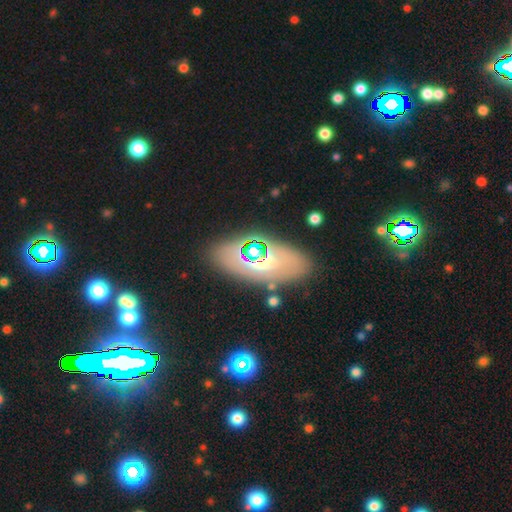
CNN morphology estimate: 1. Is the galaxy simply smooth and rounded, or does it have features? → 42% smooth, 35% featured or disk, 23% star or artifact.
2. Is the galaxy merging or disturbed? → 78% none, 12% minor disturbance, 6% major disturbance, 4% merger.